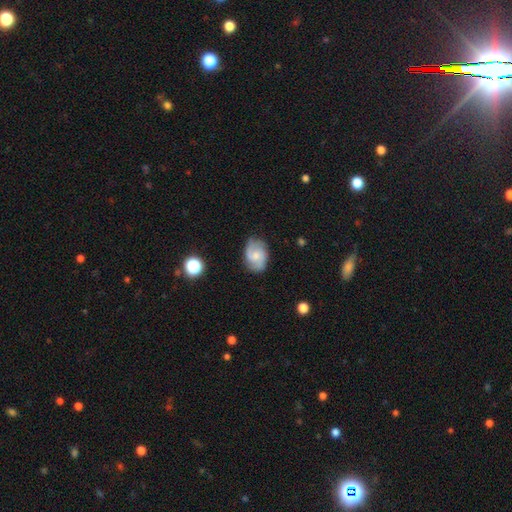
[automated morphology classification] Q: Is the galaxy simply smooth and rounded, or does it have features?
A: featured or disk — 64%.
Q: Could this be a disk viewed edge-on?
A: no — 97%.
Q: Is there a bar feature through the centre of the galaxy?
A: no — 58%.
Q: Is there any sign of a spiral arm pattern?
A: yes — 93%.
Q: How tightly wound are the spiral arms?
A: medium — 49%.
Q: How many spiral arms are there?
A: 2 — 75%.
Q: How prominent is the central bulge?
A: small — 50%.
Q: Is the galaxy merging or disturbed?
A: none — 75%.